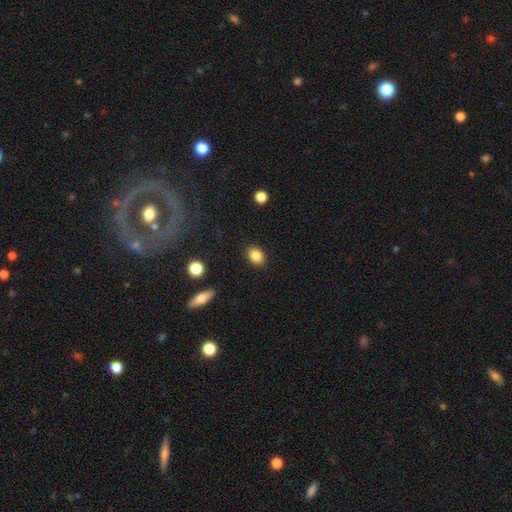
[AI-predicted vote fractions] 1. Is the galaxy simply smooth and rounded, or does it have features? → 85% smooth, 9% star or artifact, 6% featured or disk.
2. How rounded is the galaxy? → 64% in between, 34% round, 1% cigar-shaped.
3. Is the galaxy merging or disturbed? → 88% none, 8% minor disturbance, 2% major disturbance, 1% merger.